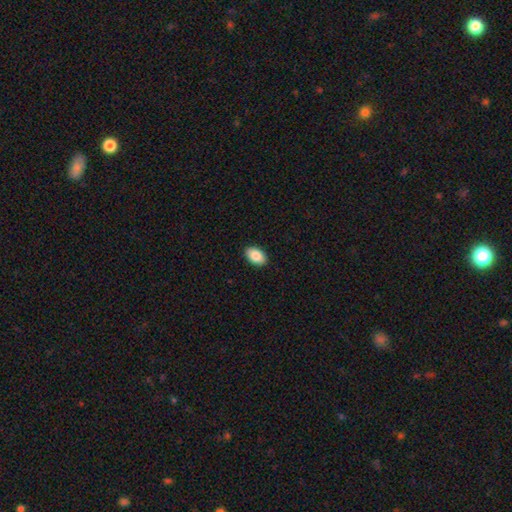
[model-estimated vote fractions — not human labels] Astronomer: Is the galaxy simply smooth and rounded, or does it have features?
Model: smooth — 87%.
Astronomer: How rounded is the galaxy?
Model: in between — 91%.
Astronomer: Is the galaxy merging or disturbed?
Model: none — 90%.